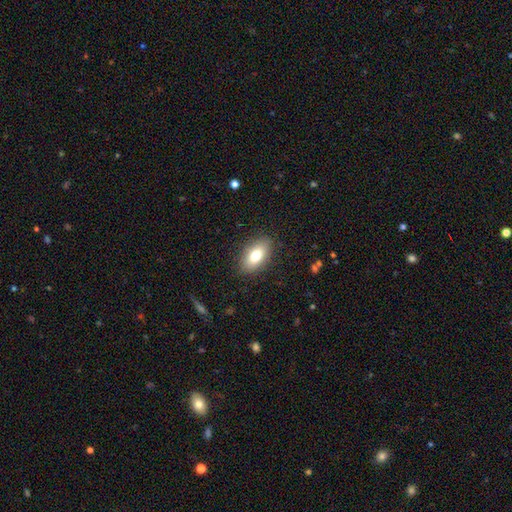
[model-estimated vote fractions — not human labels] A smooth galaxy with no disk features (76%) that is in between round and cigar-shaped (88%).

Vote fractions:
- Smooth or featured? smooth: 76% / featured or disk: 16% / star or artifact: 8%
- How rounded? in between: 88% / round: 6% / cigar-shaped: 6%
- Merging? none: 87% / minor disturbance: 10% / major disturbance: 3% / merger: 1%